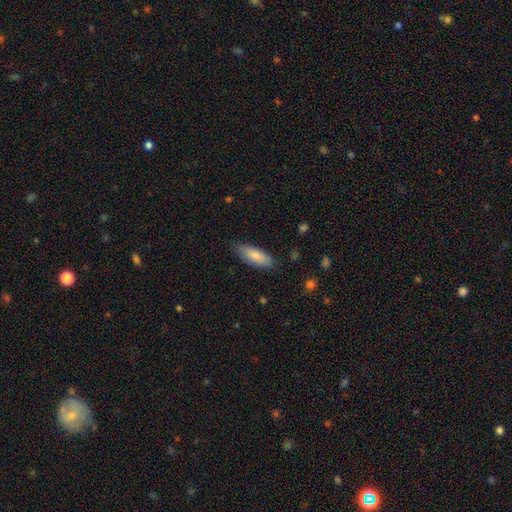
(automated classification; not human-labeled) Smooth or featured? smooth (82%)
How rounded? in between (66%)
Merging? none (80%)